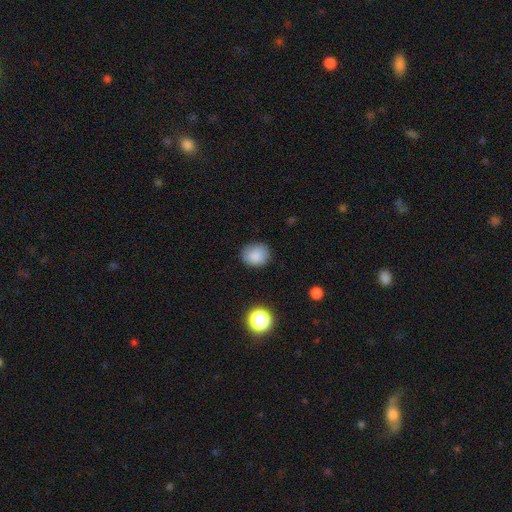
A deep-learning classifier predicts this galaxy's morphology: A smooth galaxy with no disk features (86%) that is round (68%). Merging: none (84%).